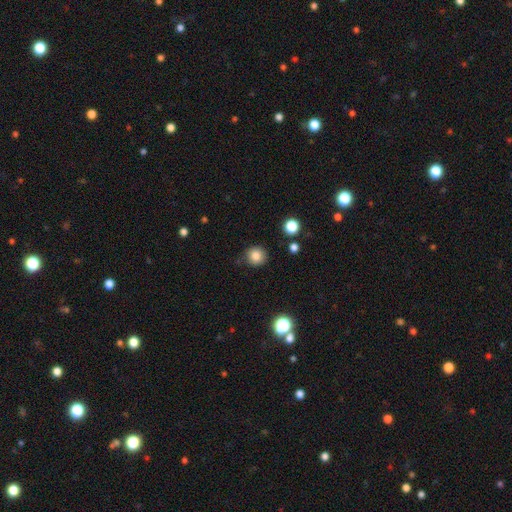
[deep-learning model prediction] Smooth or featured? Predicted: smooth (p=0.84). How rounded? Predicted: round (p=0.91). Merging? Predicted: none (p=0.82).